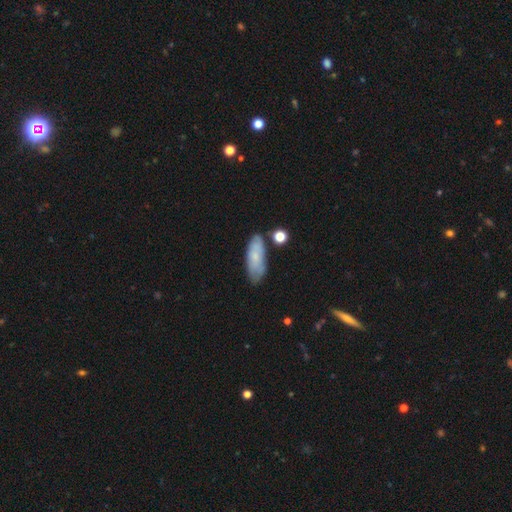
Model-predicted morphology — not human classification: A smooth galaxy with no disk features (65%) that is in between round and cigar-shaped (74%). Merging: none (65%).